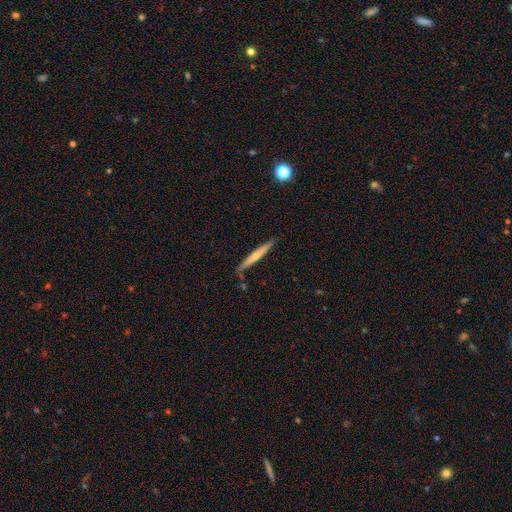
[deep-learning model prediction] Smooth or featured: smooth — 53% (featured or disk — 41%)
How rounded: cigar-shaped — 96% (in between — 3%)
Merging: none — 84% (minor disturbance — 11%)